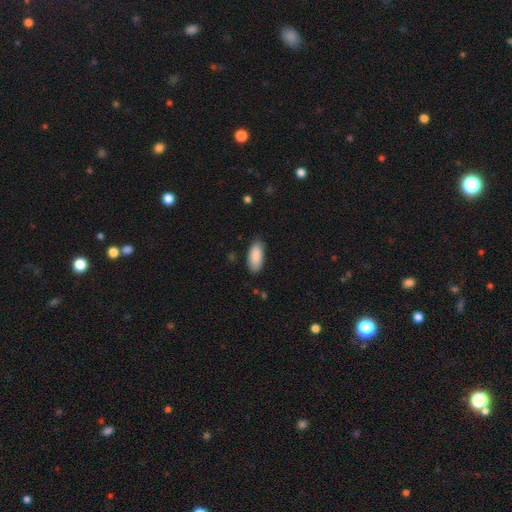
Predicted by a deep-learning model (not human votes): Morphology: type=smooth (88%); roundness=in between (88%); merging=none (81%).